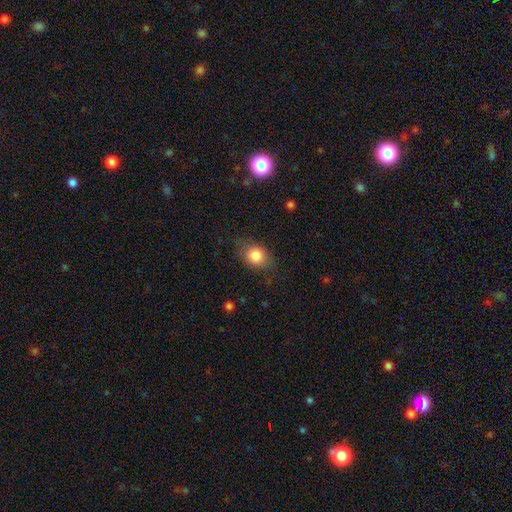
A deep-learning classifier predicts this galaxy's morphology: smooth_or_featured: smooth (p=0.82) [alt: featured or disk p=0.09]
how_rounded: round (p=0.50) [alt: in between p=0.48]
merging: none (p=0.73) [alt: minor disturbance p=0.19]